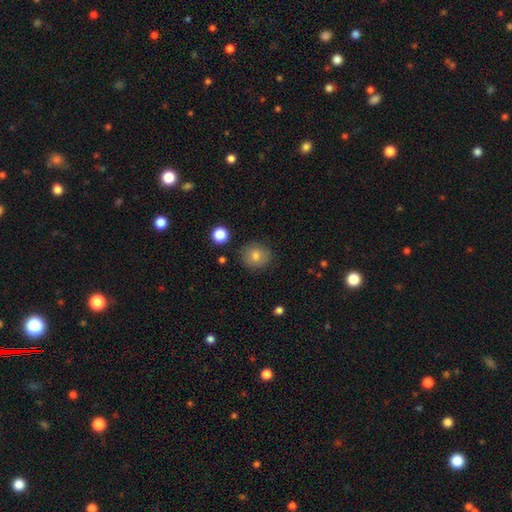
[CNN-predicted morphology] Q: Smooth or featured?
A: smooth (78%); runner-up: star or artifact (12%)
Q: How rounded?
A: round (88%); runner-up: in between (11%)
Q: Merging?
A: none (88%); runner-up: minor disturbance (8%)